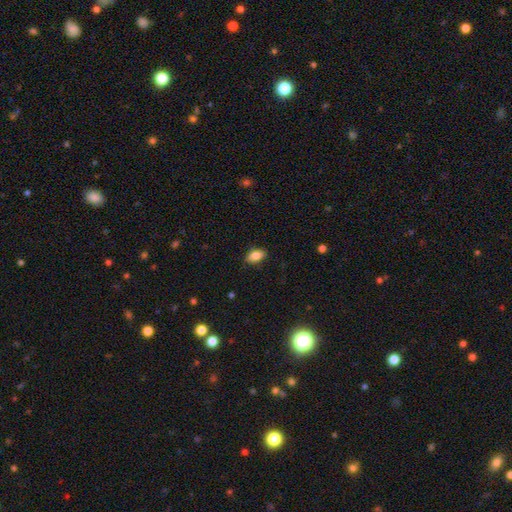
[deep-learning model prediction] Smooth or featured: smooth — 82% (featured or disk — 9%)
How rounded: in between — 87% (round — 10%)
Merging: none — 86% (minor disturbance — 11%)